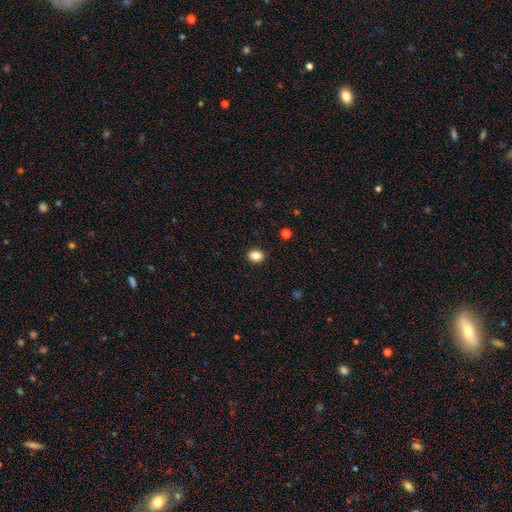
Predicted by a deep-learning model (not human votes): This is clearly a smooth galaxy (86%). How rounded: possibly in between (53%). Merging: clearly none (90%).